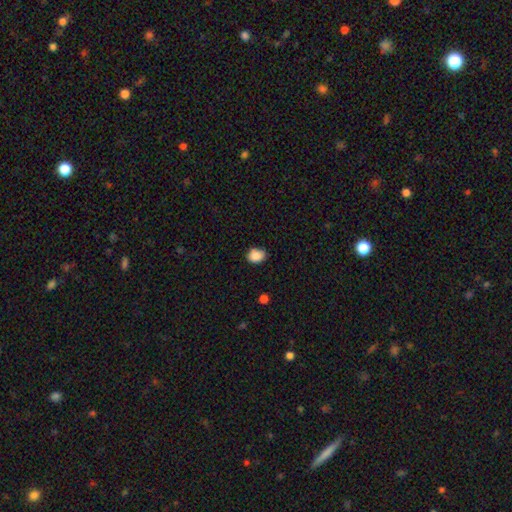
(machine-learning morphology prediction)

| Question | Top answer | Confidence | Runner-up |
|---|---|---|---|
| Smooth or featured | smooth | 87% | star or artifact (9%) |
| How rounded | in between | 56% | round (43%) |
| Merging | none | 71% | minor disturbance (23%) |